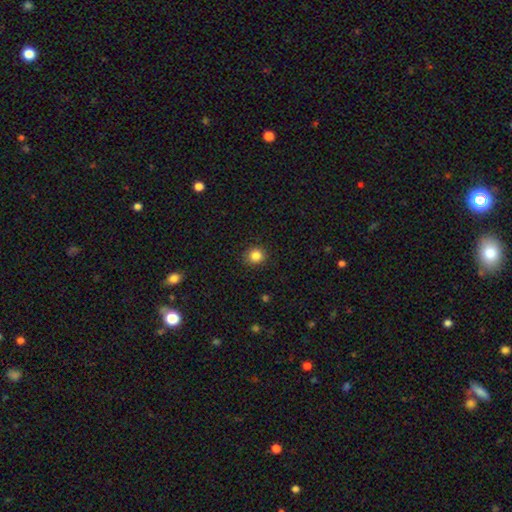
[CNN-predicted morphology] smooth 85%, star or artifact 11%, featured or disk 4%. Down the decision tree: how rounded — round (87%); merging — none (89%).